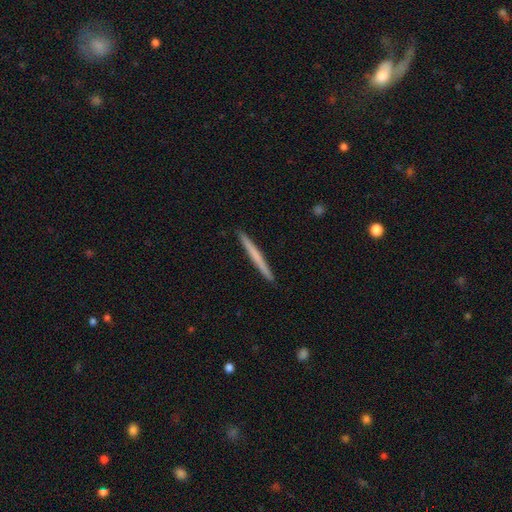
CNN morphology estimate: smooth_or_featured: smooth (p=0.55) [alt: featured or disk p=0.40]
how_rounded: cigar-shaped (p=0.97) [alt: in between p=0.01]
merging: none (p=0.93) [alt: minor disturbance p=0.05]